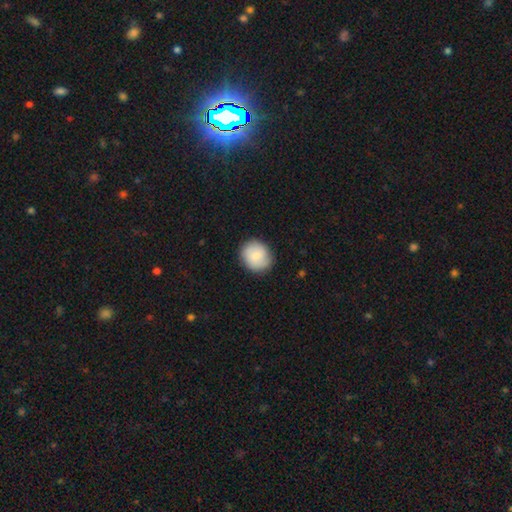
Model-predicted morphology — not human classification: smooth 75%, featured or disk 18%, star or artifact 7%. Down the decision tree: how rounded — round (77%); merging — none (84%).